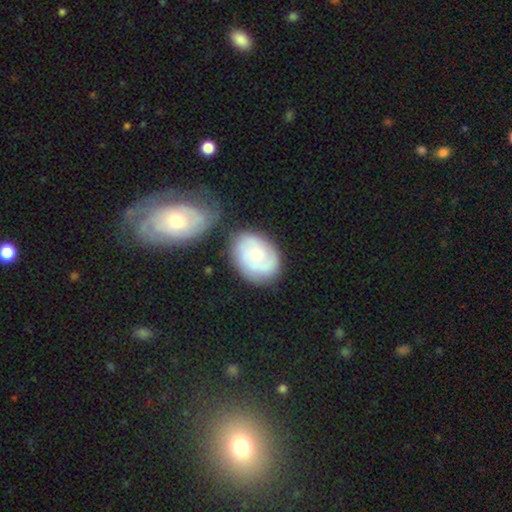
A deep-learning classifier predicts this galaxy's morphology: The model was most divided on "bulge size": small: 48%, moderate: 45%, large: 3%, none: 2%, dominant: 1%. Remaining: edge-on disk — no (97%); spiral arms — yes (88%); bar — no (74%); smooth or featured — featured or disk (65%); spiral winding — tight (59%); merging — none (58%); spiral arm count — 2 (39%).